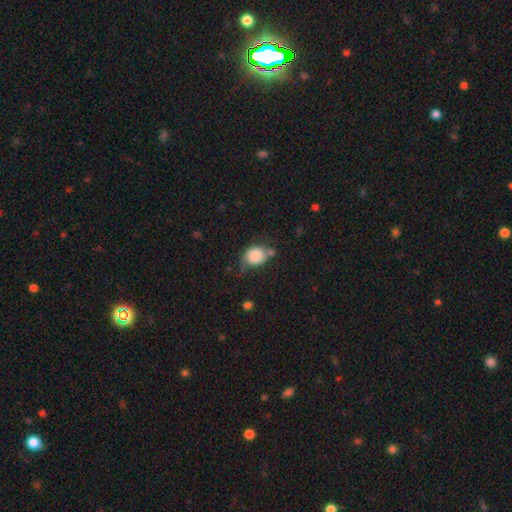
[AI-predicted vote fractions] Smooth or featured?
  - smooth: 78% *
  - featured or disk: 14%
  - star or artifact: 9%
How rounded?
  - round: 57% *
  - in between: 42%
  - cigar-shaped: 1%
Merging?
  - none: 42% *
  - minor disturbance: 34%
  - major disturbance: 14%
  - merger: 9%